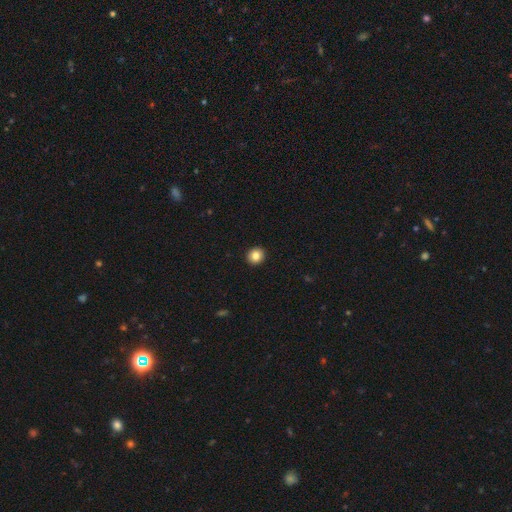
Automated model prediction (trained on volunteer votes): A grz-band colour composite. It shows a smooth galaxy with no disk features (85%) that is round (89%). Merging: none (94%).